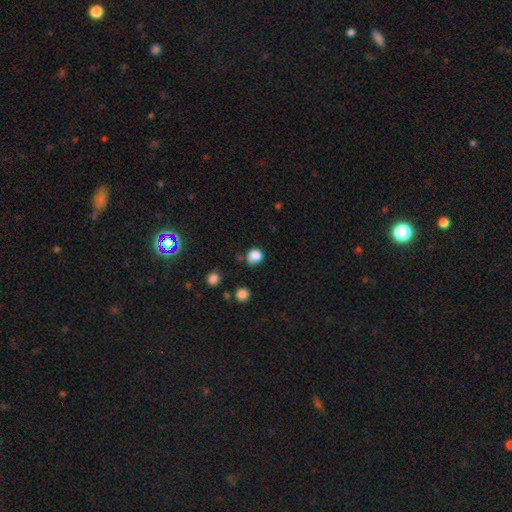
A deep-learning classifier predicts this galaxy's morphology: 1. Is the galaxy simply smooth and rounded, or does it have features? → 84% smooth, 11% star or artifact, 5% featured or disk.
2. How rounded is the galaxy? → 76% round, 23% in between, 1% cigar-shaped.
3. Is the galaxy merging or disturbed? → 60% none, 27% minor disturbance, 8% major disturbance, 5% merger.